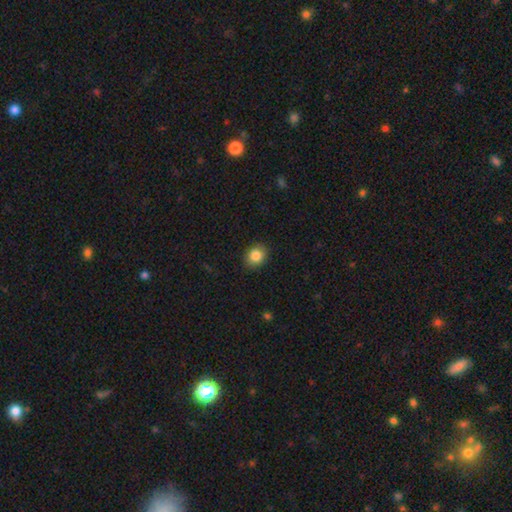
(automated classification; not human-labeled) A smooth galaxy with no disk features (85%) that is round (59%). Merging: none (88%).